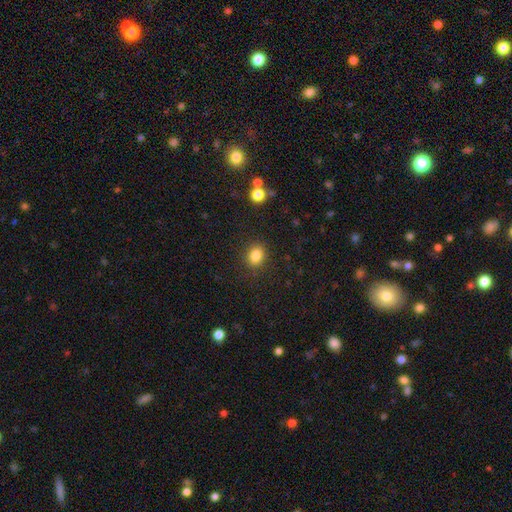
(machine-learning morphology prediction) smooth_or_featured: smooth (p=0.84) [alt: star or artifact p=0.11]
how_rounded: in between (p=0.53) [alt: round p=0.46]
merging: none (p=0.88) [alt: minor disturbance p=0.08]